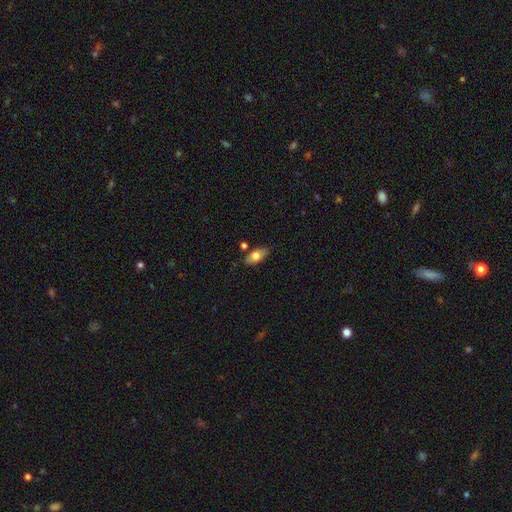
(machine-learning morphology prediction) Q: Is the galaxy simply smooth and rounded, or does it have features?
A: smooth — 69%.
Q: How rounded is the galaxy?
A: in between — 88%.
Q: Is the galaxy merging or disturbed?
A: none — 79%.